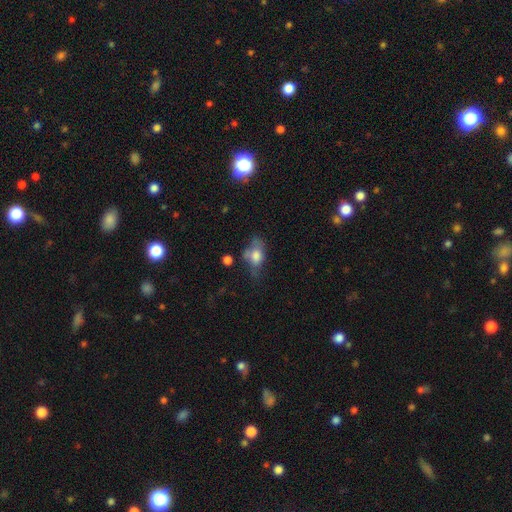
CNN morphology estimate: Smooth or featured?
  - smooth: 67% *
  - featured or disk: 23%
  - star or artifact: 10%
How rounded?
  - in between: 80% *
  - round: 17%
  - cigar-shaped: 3%
Merging?
  - none: 31% *
  - minor disturbance: 29%
  - major disturbance: 27%
  - merger: 13%